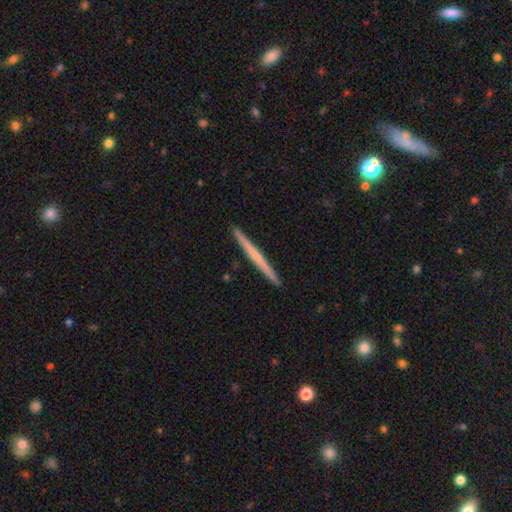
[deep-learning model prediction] A featured or disk galaxy (51%) viewed edge-on (98%) with no central bulge (78%). Merging: none (93%).